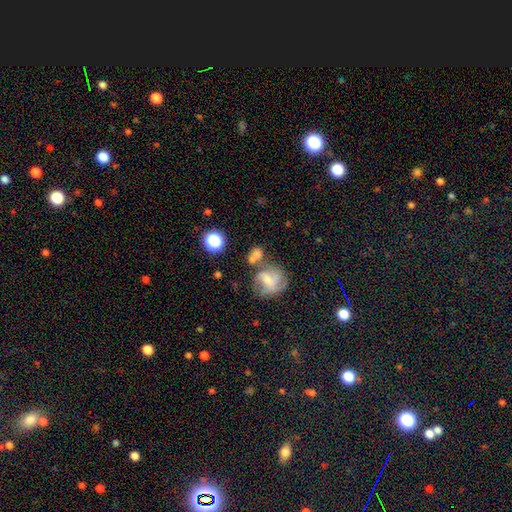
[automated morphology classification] Smooth or featured?
  - smooth: 45% *
  - featured or disk: 42%
  - star or artifact: 13%
Merging?
  - none: 38% *
  - merger: 35%
  - minor disturbance: 15%
  - major disturbance: 11%